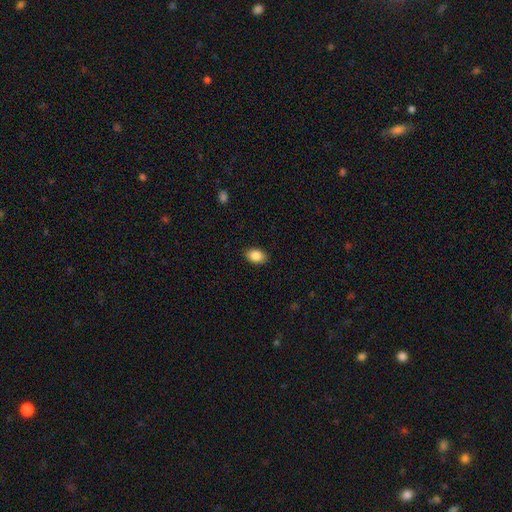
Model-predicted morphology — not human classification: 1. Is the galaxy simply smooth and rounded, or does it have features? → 87% smooth, 8% star or artifact, 5% featured or disk.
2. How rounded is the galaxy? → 84% in between, 14% round, 1% cigar-shaped.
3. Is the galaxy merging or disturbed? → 89% none, 8% minor disturbance, 2% major disturbance, 1% merger.